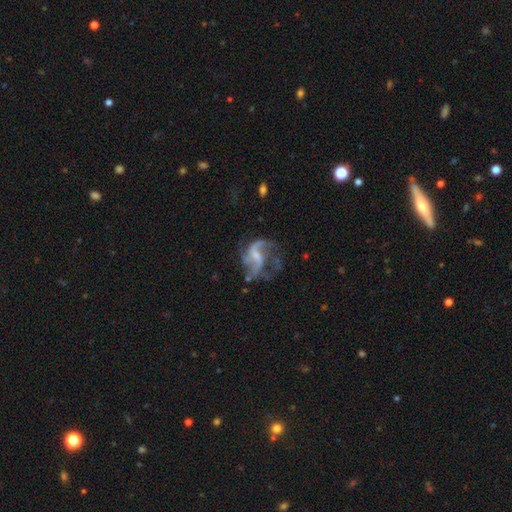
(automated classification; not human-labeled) Q: Smooth or featured?
A: featured or disk (82%); runner-up: smooth (10%)
Q: Edge-on disk?
A: no (98%); runner-up: yes (2%)
Q: Bar?
A: weak (47%); runner-up: no (38%)
Q: Spiral arms?
A: yes (89%); runner-up: no (11%)
Q: Spiral winding?
A: loose (56%); runner-up: medium (36%)
Q: Spiral arm count?
A: 2 (35%); runner-up: 3 (32%)
Q: Bulge size?
A: small (48%); runner-up: moderate (28%)
Q: Merging?
A: none (45%); runner-up: major disturbance (31%)